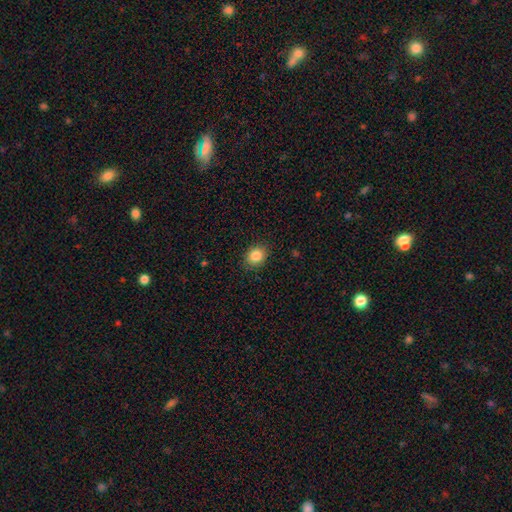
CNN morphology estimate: smooth-or-featured: smooth: 85% | star or artifact: 9% | featured or disk: 5%
  how-rounded: round: 53% | in between: 46% | cigar-shaped: 1%
  merging: none: 87% | minor disturbance: 10% | major disturbance: 3% | merger: 1%